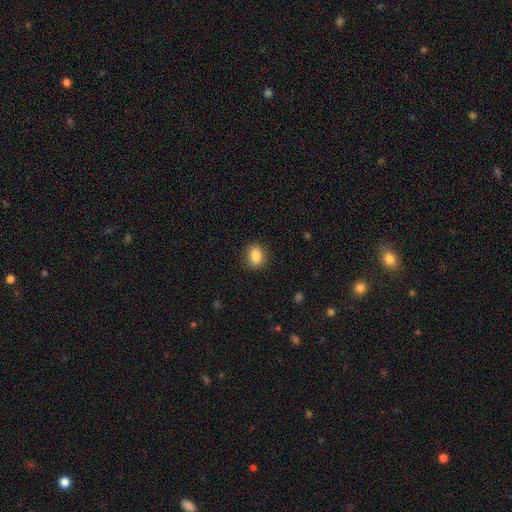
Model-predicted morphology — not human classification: A smooth galaxy with no disk features (87%) that is in between round and cigar-shaped (60%). Merging: none (88%).